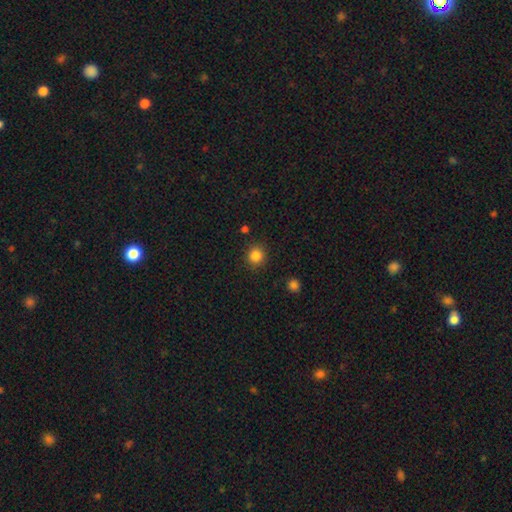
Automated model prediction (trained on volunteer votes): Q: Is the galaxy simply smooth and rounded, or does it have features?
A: smooth — 85%.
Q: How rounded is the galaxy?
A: round — 91%.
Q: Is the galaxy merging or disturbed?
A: none — 89%.